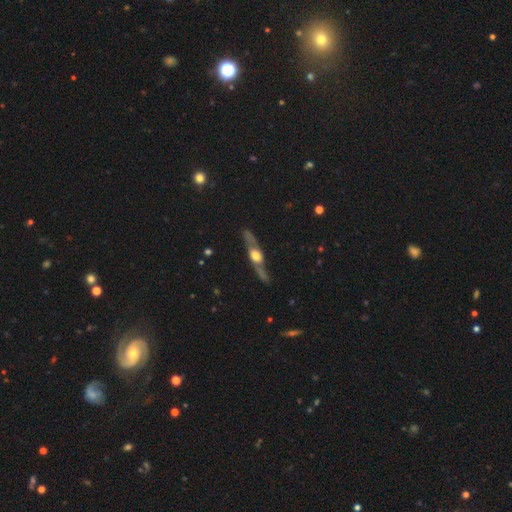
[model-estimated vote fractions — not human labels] This is likely a featured or disk galaxy (77%). It is clearly viewed edge-on (85%). Edge-on bulge: clearly rounded (92%). Merging: clearly none (80%).